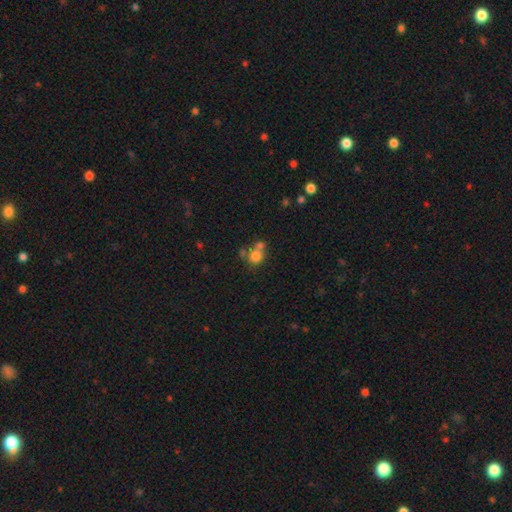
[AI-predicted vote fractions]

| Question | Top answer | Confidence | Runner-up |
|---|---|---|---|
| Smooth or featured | smooth | 74% | star or artifact (13%) |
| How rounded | round | 81% | in between (18%) |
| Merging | merger | 44% | none (43%) |